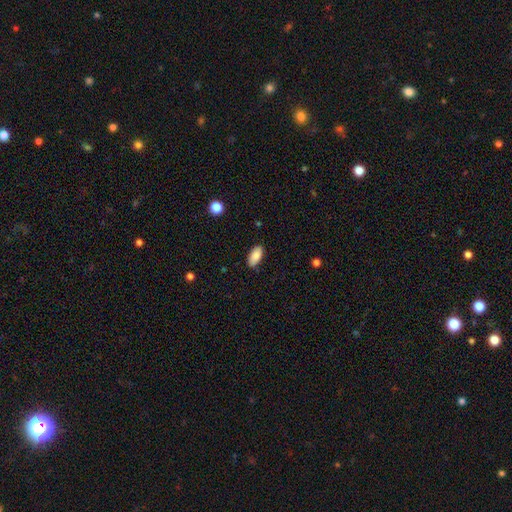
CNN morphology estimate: Smooth or featured?
  - smooth: 86% *
  - featured or disk: 7%
  - star or artifact: 7%
How rounded?
  - in between: 91% *
  - cigar-shaped: 7%
  - round: 2%
Merging?
  - none: 85% *
  - minor disturbance: 12%
  - major disturbance: 2%
  - merger: 1%